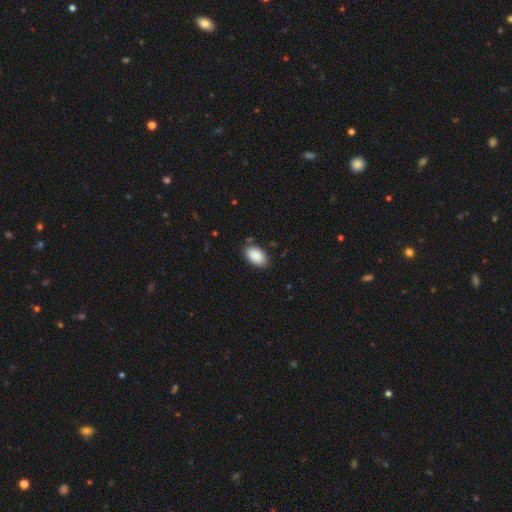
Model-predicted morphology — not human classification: Smooth or featured? smooth (90%)
How rounded? in between (94%)
Merging? none (83%)